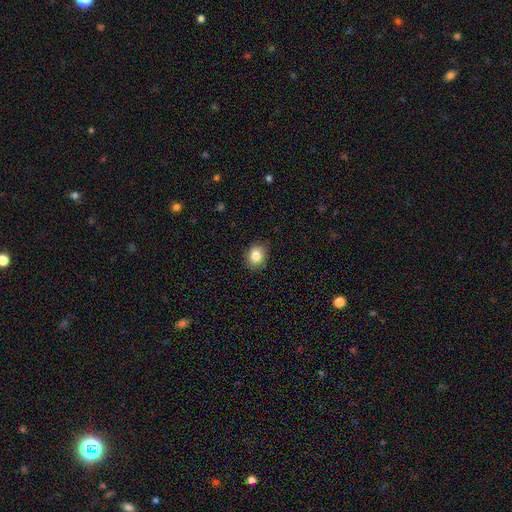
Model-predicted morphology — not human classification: smooth_or_featured: smooth (p=0.85) [alt: star or artifact p=0.09]
how_rounded: round (p=0.54) [alt: in between p=0.45]
merging: none (p=0.87) [alt: minor disturbance p=0.09]